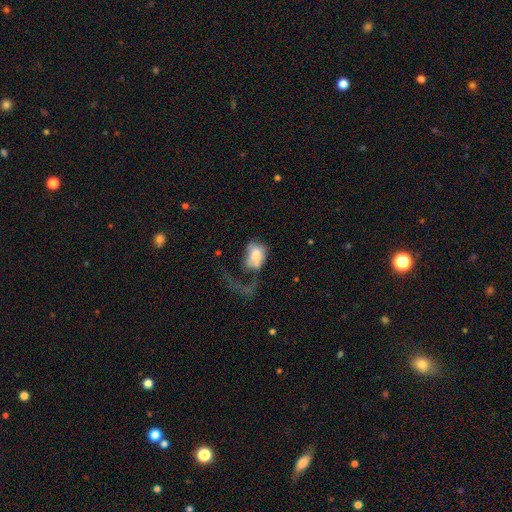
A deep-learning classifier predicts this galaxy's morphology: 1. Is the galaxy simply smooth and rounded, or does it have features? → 62% smooth, 30% featured or disk, 8% star or artifact.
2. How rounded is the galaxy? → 73% in between, 25% round, 2% cigar-shaped.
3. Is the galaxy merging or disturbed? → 65% major disturbance, 15% none, 12% minor disturbance, 7% merger.